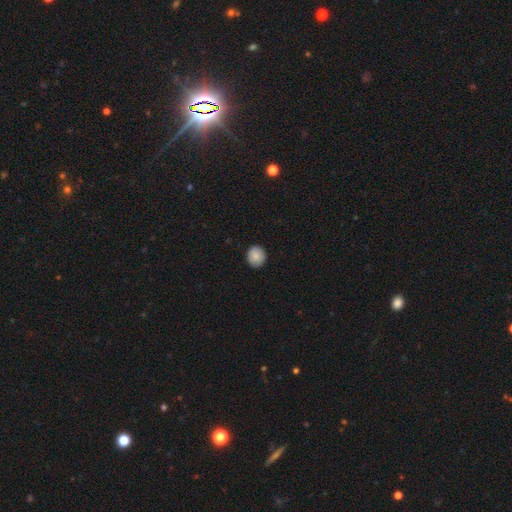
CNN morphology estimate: Smooth or featured? Predicted: smooth (p=0.88). How rounded? Predicted: round (p=0.82). Merging? Predicted: none (p=0.90).